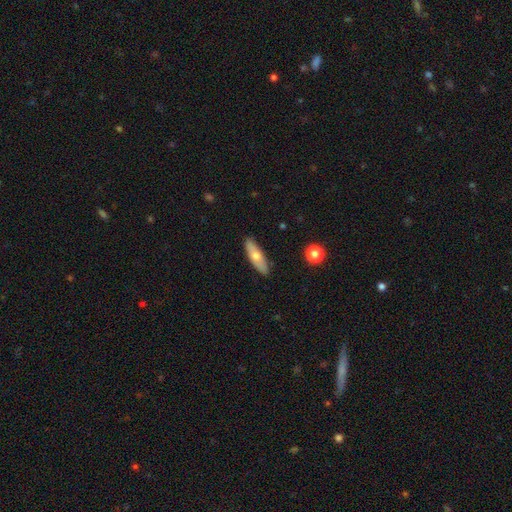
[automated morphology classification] Smooth or featured: smooth — 60% (featured or disk — 34%)
How rounded: cigar-shaped — 50% (in between — 47%)
Merging: none — 88% (minor disturbance — 9%)